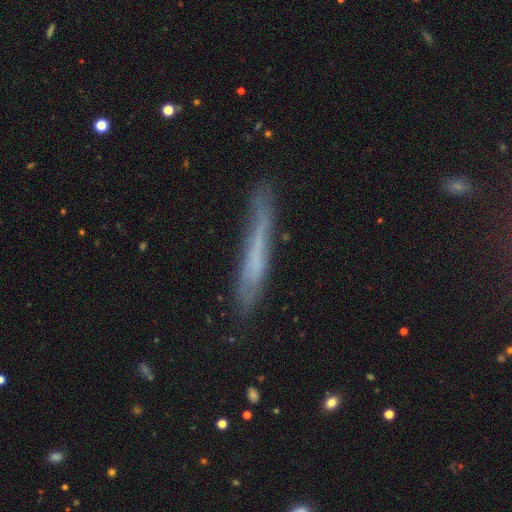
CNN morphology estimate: smooth_or_featured: smooth (p=0.49) [alt: featured or disk p=0.43]
merging: none (p=0.69) [alt: minor disturbance p=0.22]